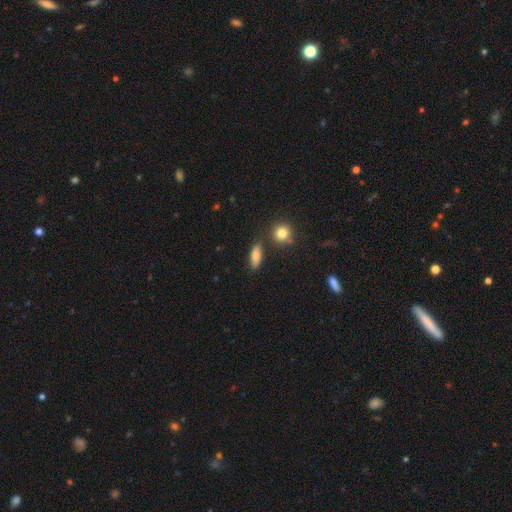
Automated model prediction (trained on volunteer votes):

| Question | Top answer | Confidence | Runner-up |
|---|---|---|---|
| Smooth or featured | smooth | 79% | featured or disk (12%) |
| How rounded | in between | 63% | cigar-shaped (31%) |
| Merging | none | 78% | minor disturbance (12%) |